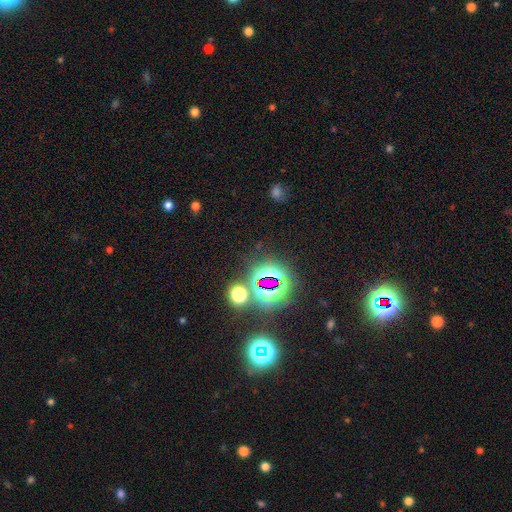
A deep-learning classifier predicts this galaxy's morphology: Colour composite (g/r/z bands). It shows a star or artifact, not a galaxy (78%).